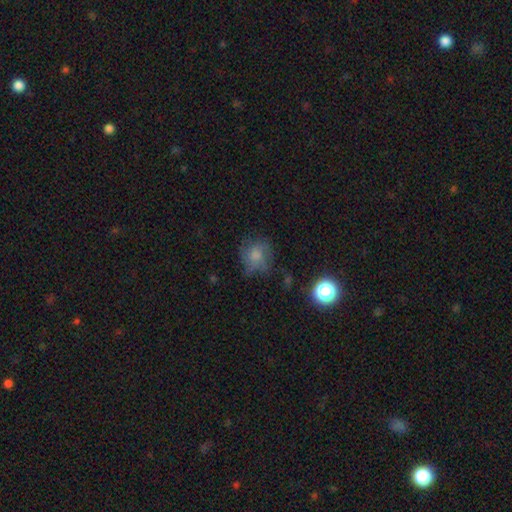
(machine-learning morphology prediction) smooth-or-featured: smooth: 53% | featured or disk: 33% | star or artifact: 14%
  how-rounded: round: 72% | in between: 27% | cigar-shaped: 1%
  merging: none: 55% | minor disturbance: 24% | major disturbance: 19% | merger: 3%